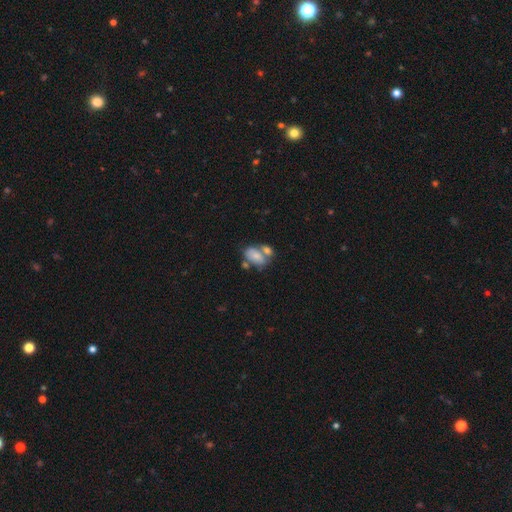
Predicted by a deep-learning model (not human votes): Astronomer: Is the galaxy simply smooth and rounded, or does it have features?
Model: smooth — 69%.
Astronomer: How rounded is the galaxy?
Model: in between — 88%.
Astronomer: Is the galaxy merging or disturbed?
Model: merger — 48% (runner-up: none, 31%).